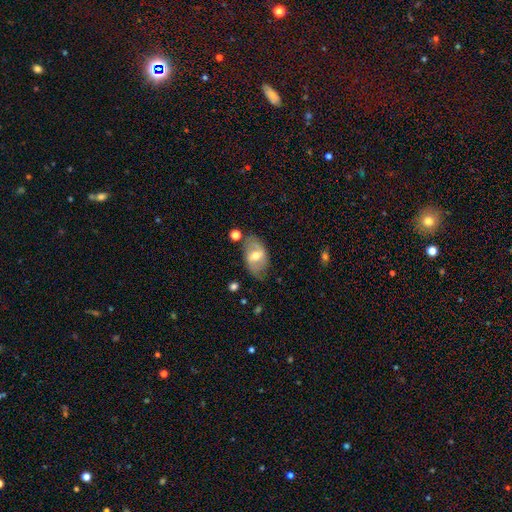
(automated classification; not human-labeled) Morphology: type=featured or disk (50%); edge-on=no (90%); merging=none (68%).